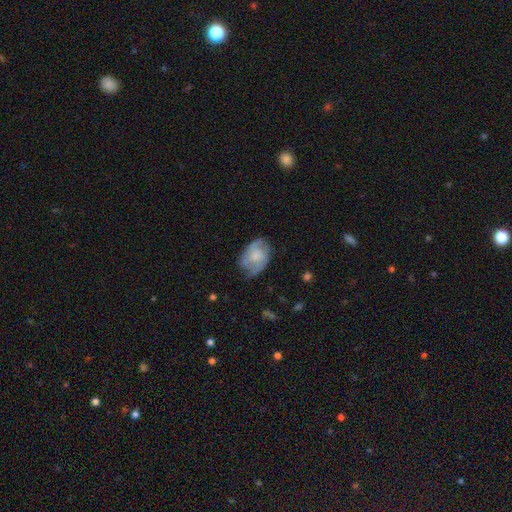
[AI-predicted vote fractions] Smooth or featured? featured or disk (48%)
Merging? none (54%)